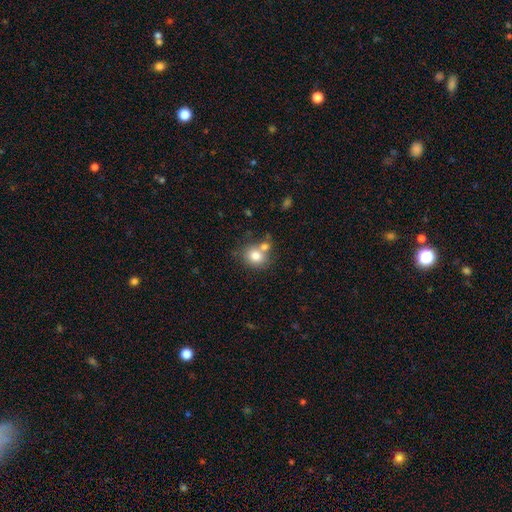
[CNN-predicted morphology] smooth_or_featured: smooth (p=0.79) [alt: featured or disk p=0.11]
how_rounded: round (p=0.70) [alt: in between p=0.29]
merging: none (p=0.55) [alt: merger p=0.30]